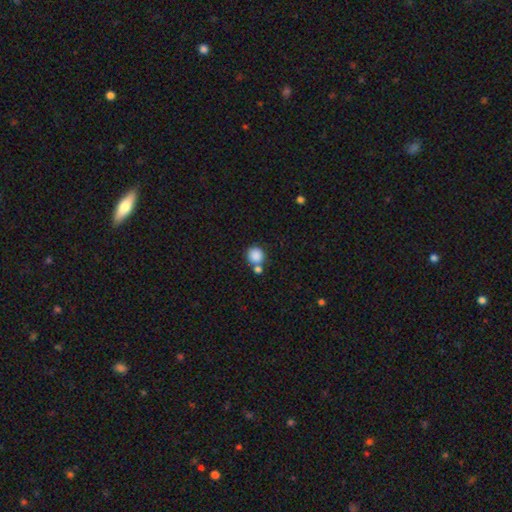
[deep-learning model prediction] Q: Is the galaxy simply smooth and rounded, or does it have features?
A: smooth — 86%.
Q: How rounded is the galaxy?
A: round — 90%.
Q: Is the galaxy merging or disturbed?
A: none — 63%.